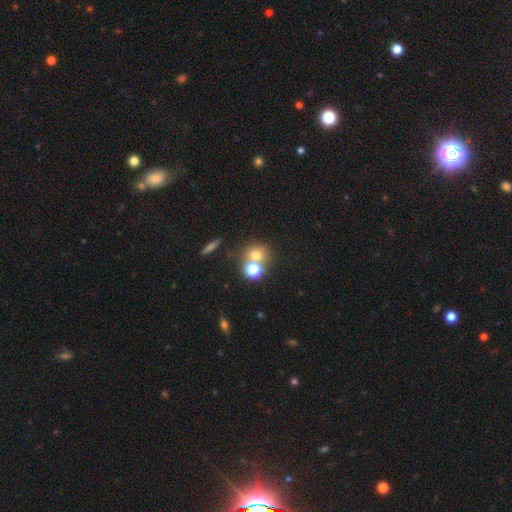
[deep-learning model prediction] Overall: smooth (68%). How rounded: round (76%). Merging: none (47%; merger 42%).